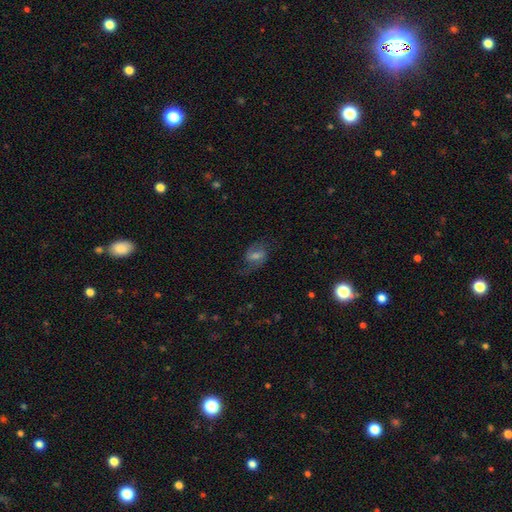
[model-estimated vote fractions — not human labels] Smooth or featured? Predicted: featured or disk (p=0.64). Edge-on disk? Predicted: no (p=0.96). Bar? Predicted: weak (p=0.50). Spiral arms? Predicted: yes (p=0.90). Spiral winding? Predicted: medium (p=0.49). Spiral arm count? Predicted: 2 (p=0.85). Bulge size? Predicted: moderate (p=0.45). Merging? Predicted: none (p=0.69).